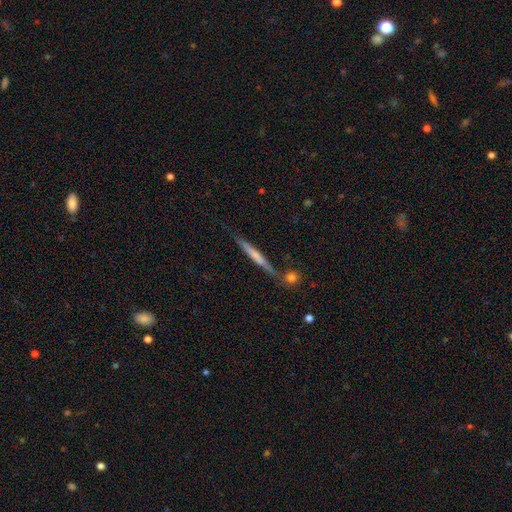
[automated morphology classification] This is possibly a smooth galaxy (51%). How rounded: clearly cigar-shaped (95%). Merging: likely none (75%).